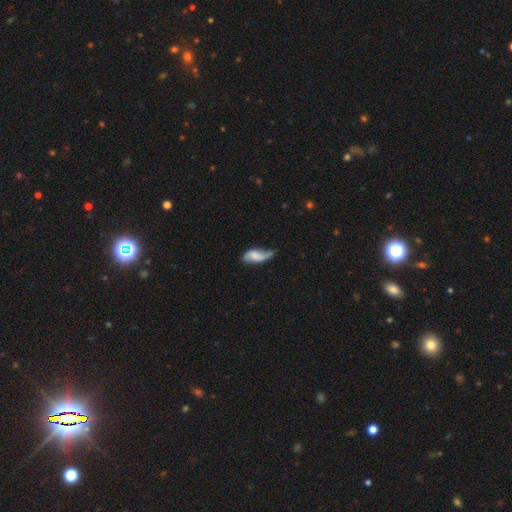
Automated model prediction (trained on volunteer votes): smooth_or_featured: featured or disk (p=0.47) [alt: smooth p=0.46]
merging: none (p=0.41) [alt: minor disturbance p=0.38]